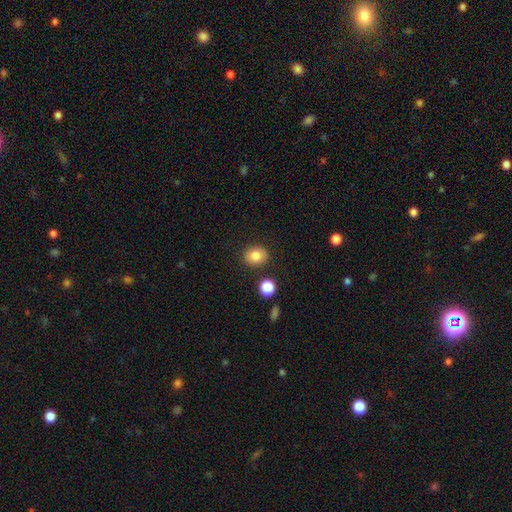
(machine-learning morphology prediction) Q: Smooth or featured?
A: smooth (82%); runner-up: star or artifact (10%)
Q: How rounded?
A: round (59%); runner-up: in between (40%)
Q: Merging?
A: none (87%); runner-up: minor disturbance (8%)